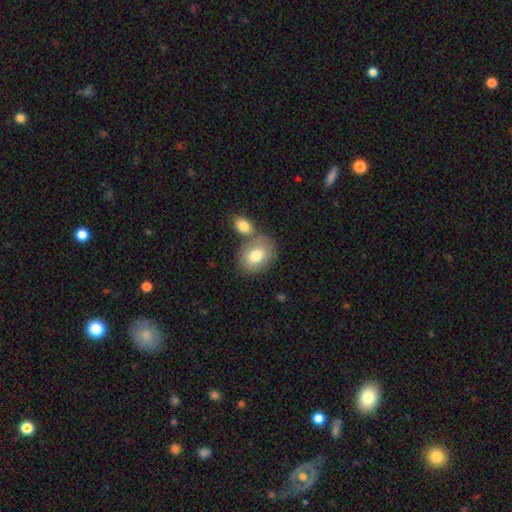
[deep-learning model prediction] Q: Smooth or featured?
A: smooth (78%); runner-up: featured or disk (16%)
Q: How rounded?
A: in between (61%); runner-up: round (38%)
Q: Merging?
A: none (51%); runner-up: merger (31%)